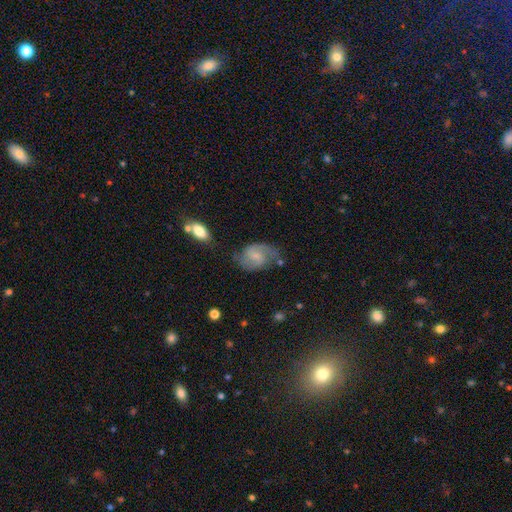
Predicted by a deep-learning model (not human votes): Smooth or featured: featured or disk — 70% (smooth — 23%)
Edge-on disk: no — 97% (yes — 3%)
Bar: weak — 47% (no — 44%)
Spiral arms: yes — 92% (no — 8%)
Spiral winding: medium — 51% (loose — 28%)
Spiral arm count: 2 — 86% (can't tell — 7%)
Bulge size: small — 55% (moderate — 28%)
Merging: none — 62% (minor disturbance — 23%)